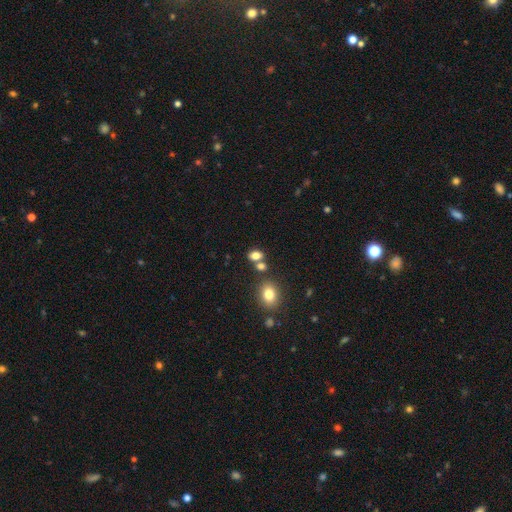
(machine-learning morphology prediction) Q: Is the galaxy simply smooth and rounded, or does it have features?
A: smooth — 80%.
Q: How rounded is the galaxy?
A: in between — 76%.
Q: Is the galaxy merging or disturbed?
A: none — 61%.